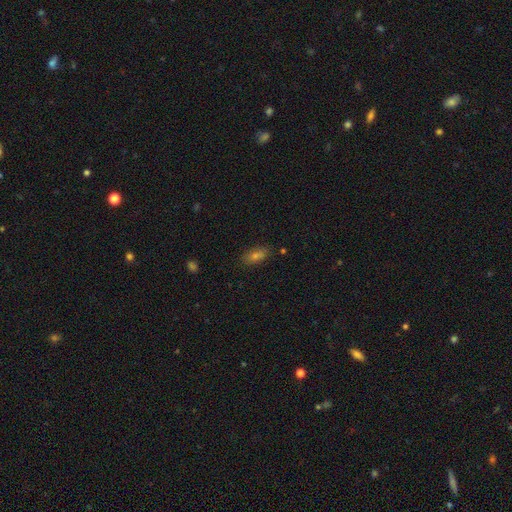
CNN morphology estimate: smooth 63%, star or artifact 20%, featured or disk 18%. Down the decision tree: how rounded — in between (74%); merging — none (84%).